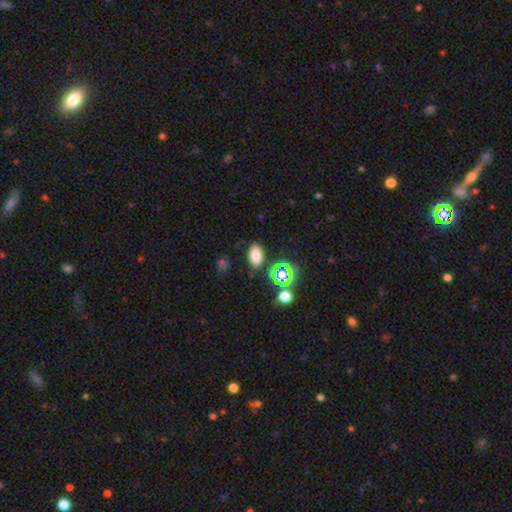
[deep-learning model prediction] smooth_or_featured: smooth (p=0.74) [alt: star or artifact p=0.18]
how_rounded: in between (p=0.89) [alt: round p=0.09]
merging: none (p=0.81) [alt: minor disturbance p=0.11]